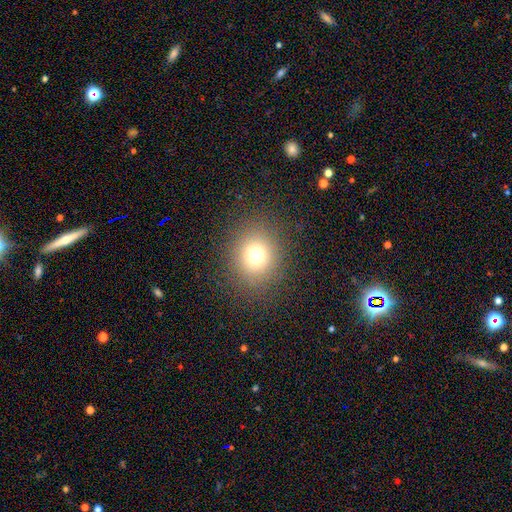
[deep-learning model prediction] smooth-or-featured: smooth: 70% | star or artifact: 19% | featured or disk: 10%
  how-rounded: round: 81% | in between: 18% | cigar-shaped: 1%
  merging: none: 86% | minor disturbance: 8% | major disturbance: 5% | merger: 1%